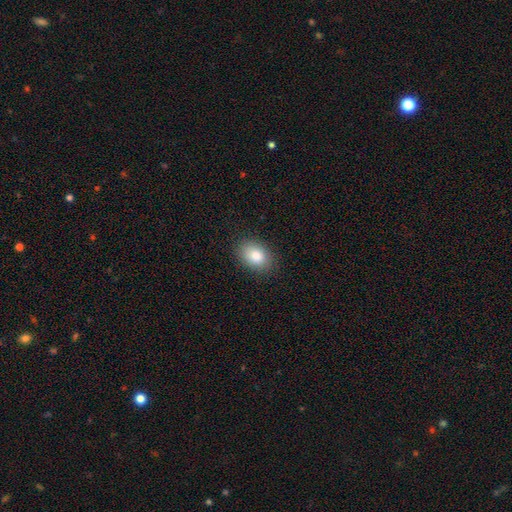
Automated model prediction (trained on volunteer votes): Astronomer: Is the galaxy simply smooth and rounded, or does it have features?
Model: smooth — 84%.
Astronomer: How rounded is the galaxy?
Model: in between — 79%.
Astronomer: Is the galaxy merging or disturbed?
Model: none — 87%.